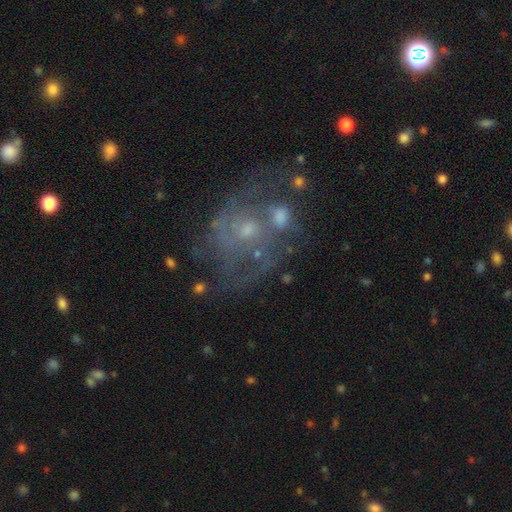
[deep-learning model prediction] The model was most divided on "merging": none: 52%, minor disturbance: 17%, major disturbance: 16%, merger: 15%. More confident: edge-on disk — no (97%); bar — no (78%); spiral arms — yes (68%); smooth or featured — featured or disk (65%); bulge size — small (65%).